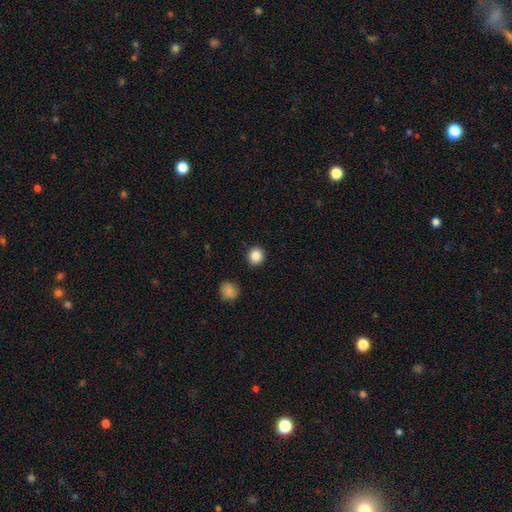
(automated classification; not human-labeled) This is clearly a smooth galaxy (86%). How rounded: clearly round (88%). Merging: clearly none (90%).